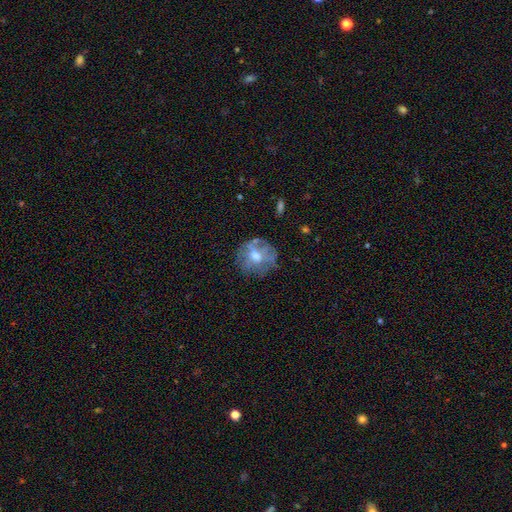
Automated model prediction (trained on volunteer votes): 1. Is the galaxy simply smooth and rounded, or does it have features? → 46% featured or disk, 42% smooth, 12% star or artifact.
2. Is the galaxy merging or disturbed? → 66% none, 20% minor disturbance, 11% major disturbance, 3% merger.